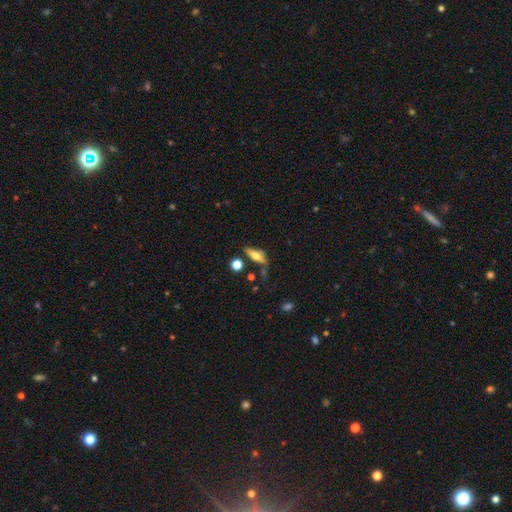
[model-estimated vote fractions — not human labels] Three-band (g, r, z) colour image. It shows a featured or disk galaxy (48%). Merging: none (52%).